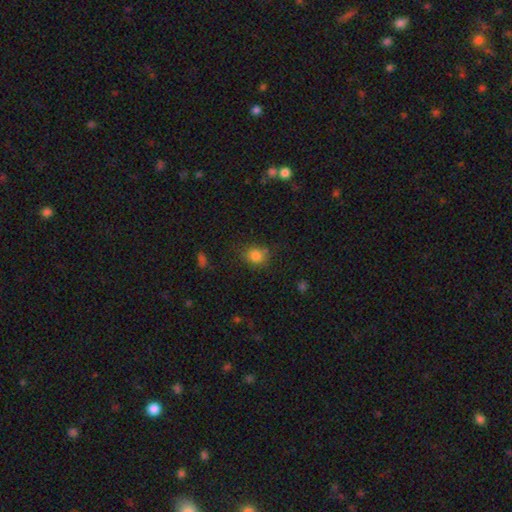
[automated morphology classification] A smooth galaxy with no disk features (81%) that is round (64%). Merging: none (72%).